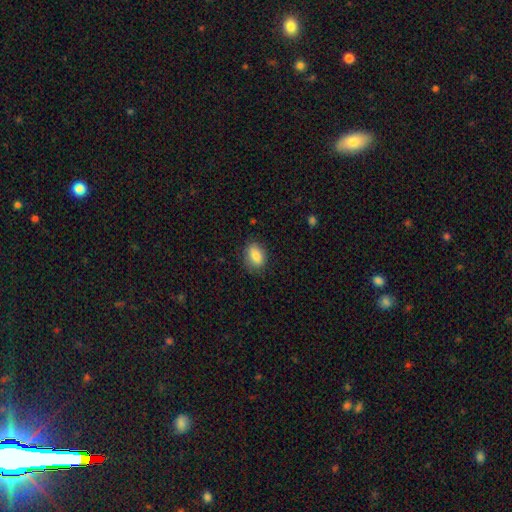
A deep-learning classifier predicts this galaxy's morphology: Smooth or featured? smooth (86%)
How rounded? in between (84%)
Merging? none (80%)